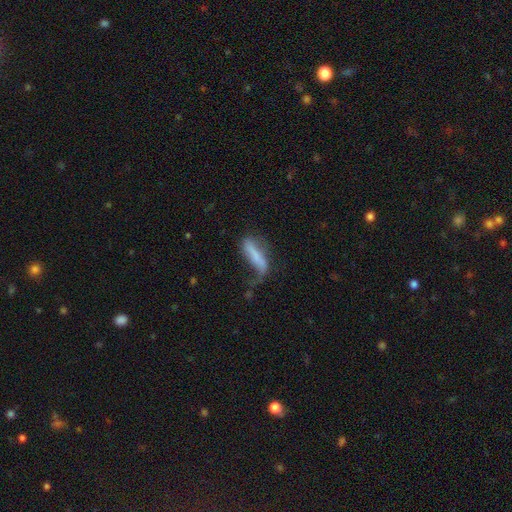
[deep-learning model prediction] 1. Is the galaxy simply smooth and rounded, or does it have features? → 57% smooth, 34% featured or disk, 8% star or artifact.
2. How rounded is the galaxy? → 67% cigar-shaped, 30% in between, 2% round.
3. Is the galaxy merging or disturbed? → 36% major disturbance, 30% none, 28% minor disturbance, 6% merger.